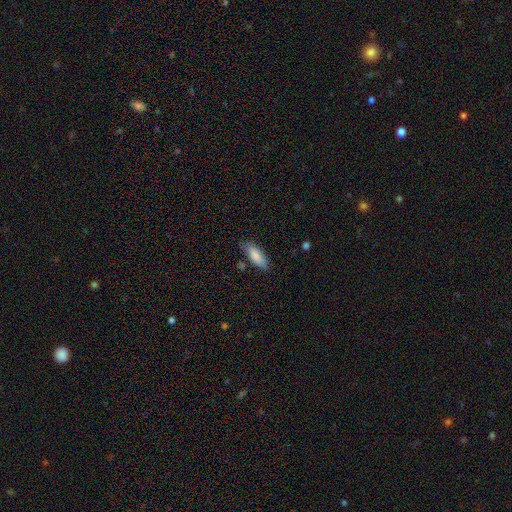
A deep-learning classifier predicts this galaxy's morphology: smooth 85%, featured or disk 9%, star or artifact 6%. Down the decision tree: how rounded — in between (70%); merging — none (75%).